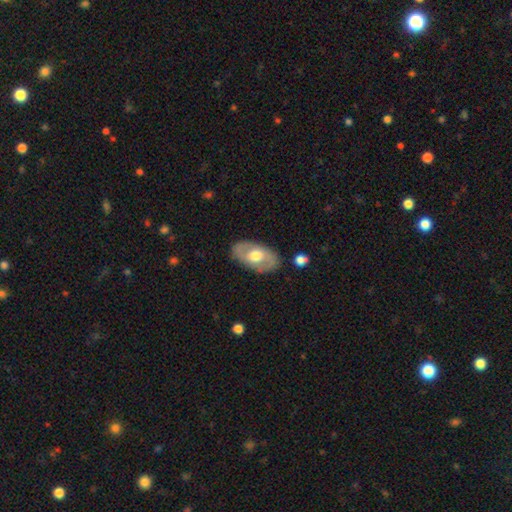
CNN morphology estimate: The model was most divided on "smooth or featured": featured or disk: 53%, smooth: 42%, star or artifact: 5%. More confident: edge-on disk — no (88%); merging — none (83%).